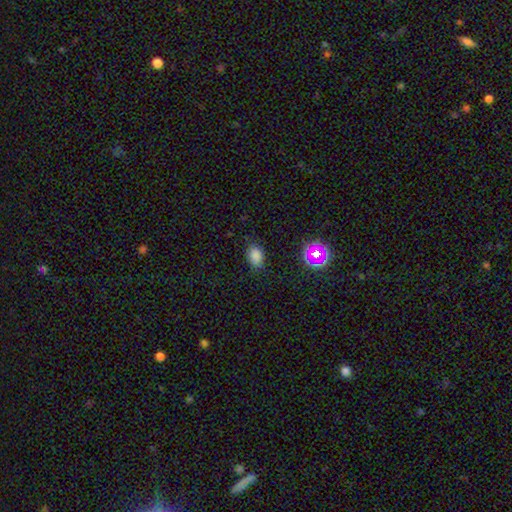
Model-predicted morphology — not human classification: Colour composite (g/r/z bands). It shows a smooth galaxy with no disk features (80%) that is in between round and cigar-shaped (81%). Merging: none (81%).